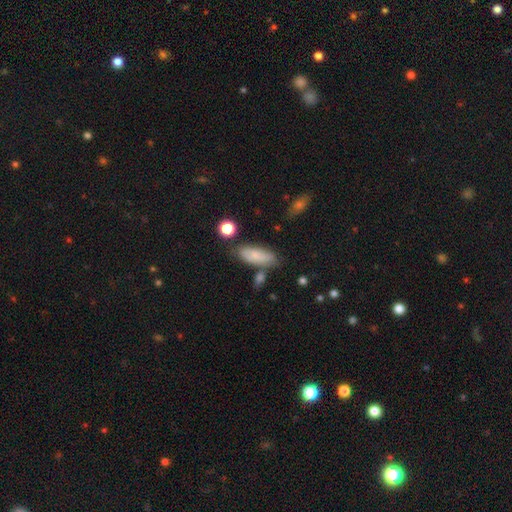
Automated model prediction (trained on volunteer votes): Smooth or featured? smooth (74%)
How rounded? in between (79%)
Merging? none (68%)